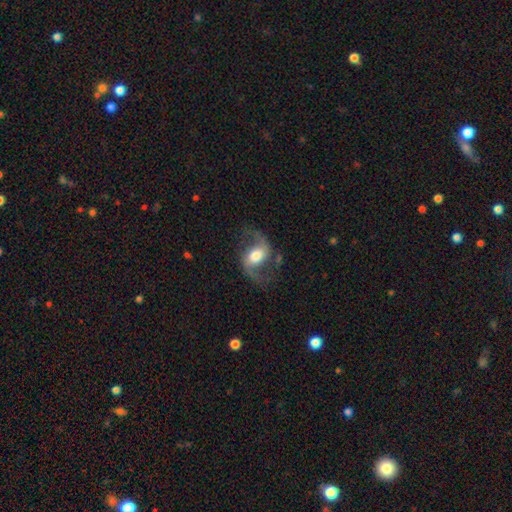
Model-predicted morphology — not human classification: smooth-or-featured: featured or disk: 84% | smooth: 11% | star or artifact: 6%
  disk-edge-on: no: 97% | yes: 3%
    bar: weak: 40% | no: 39% | strong: 20%
    has-spiral-arms: yes: 96% | no: 4%
      spiral-winding: loose: 59% | medium: 36% | tight: 6%
      spiral-arm-count: 2: 94% | 1: 2% | can't tell: 2% | 3: 1% | 4: 1% | more than 4: 1%
    bulge-size: moderate: 46% | large: 37% | small: 9% | dominant: 6% | none: 2%
  merging: none: 72% | minor disturbance: 15% | major disturbance: 11% | merger: 2%